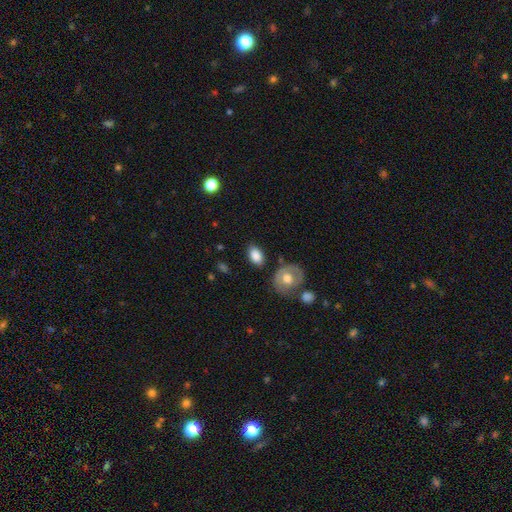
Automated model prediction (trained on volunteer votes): smooth_or_featured: smooth (p=0.84) [alt: featured or disk p=0.08]
how_rounded: in between (p=0.86) [alt: round p=0.12]
merging: none (p=0.78) [alt: minor disturbance p=0.15]